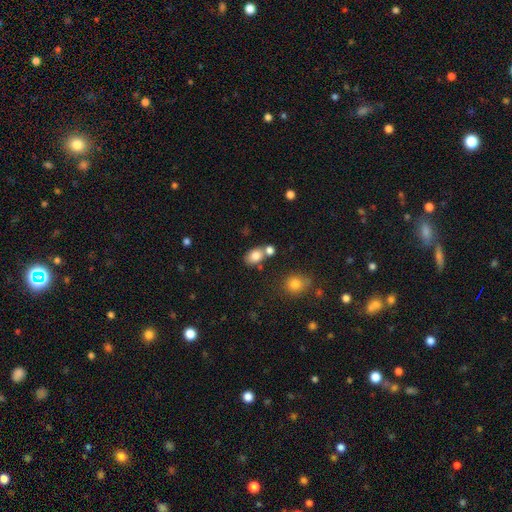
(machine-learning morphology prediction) Overall: smooth (80%). How rounded: in between (75%). Merging: none (59%; merger 24%).